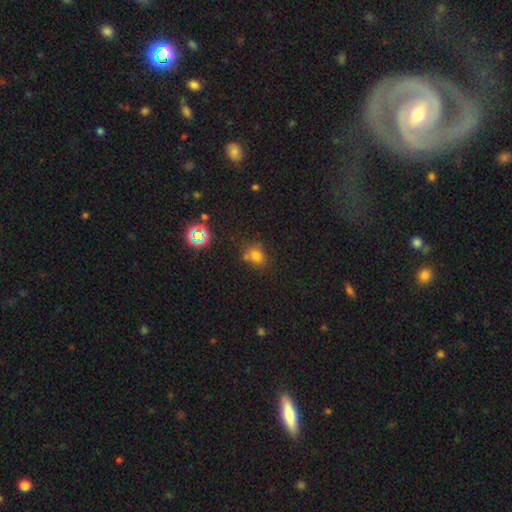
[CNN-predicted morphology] Smooth or featured? Predicted: smooth (p=0.69). How rounded? Predicted: round (p=0.56). Merging? Predicted: none (p=0.63).